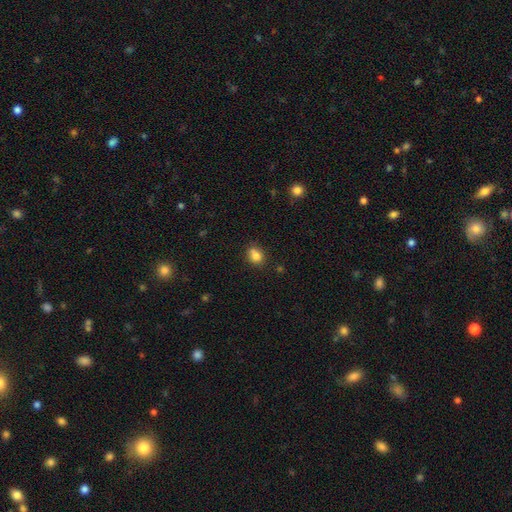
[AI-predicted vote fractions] This appears to be a smooth galaxy with no disk features (81%) that is in between round and cigar-shaped (51%). Merging: none (63%).